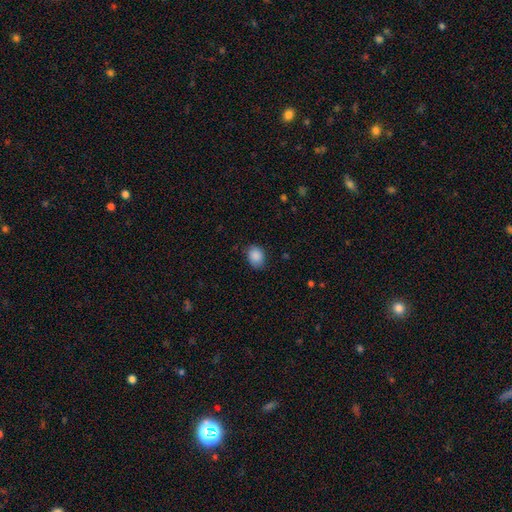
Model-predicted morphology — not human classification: type=smooth (88%); roundness=in between (61%); merging=none (78%).